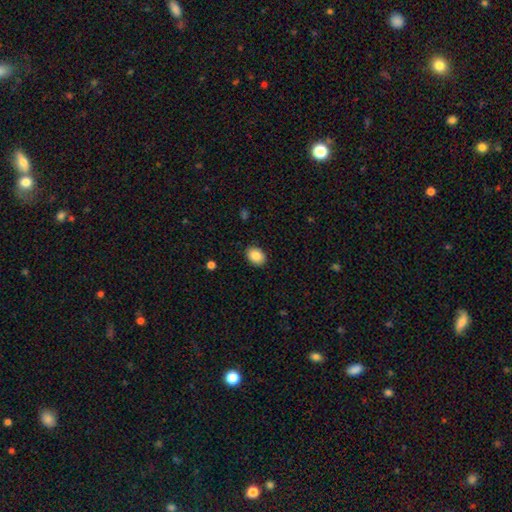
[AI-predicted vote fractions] Smooth or featured? Predicted: smooth (p=0.88). How rounded? Predicted: in between (p=0.69). Merging? Predicted: none (p=0.89).